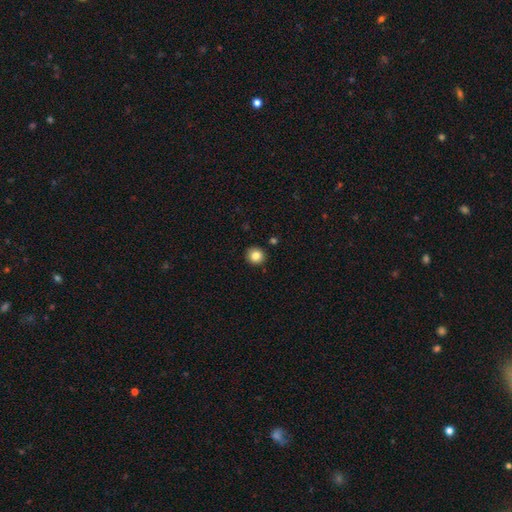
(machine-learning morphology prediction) Overall: smooth (84%). How rounded: round (92%). Merging: none (91%).